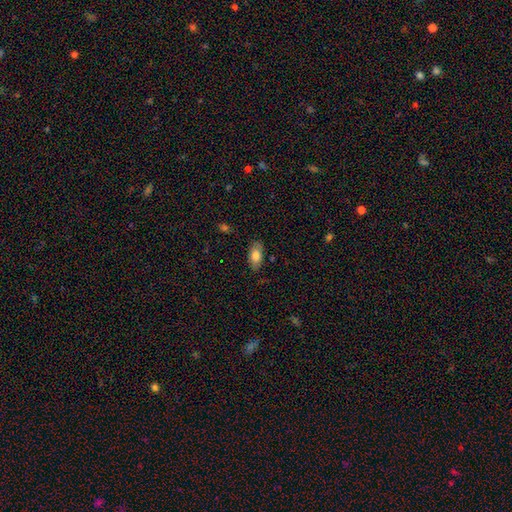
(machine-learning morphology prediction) smooth-or-featured: smooth: 77% | featured or disk: 16% | star or artifact: 7%
  how-rounded: in between: 90% | cigar-shaped: 5% | round: 4%
  merging: none: 81% | minor disturbance: 15% | major disturbance: 3% | merger: 1%